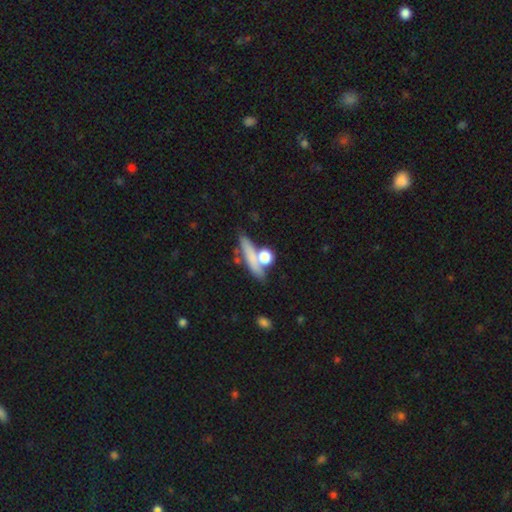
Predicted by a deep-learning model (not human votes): A smooth galaxy with no disk features (68%) that is cigar-shaped (49%). Merging: none (57%).